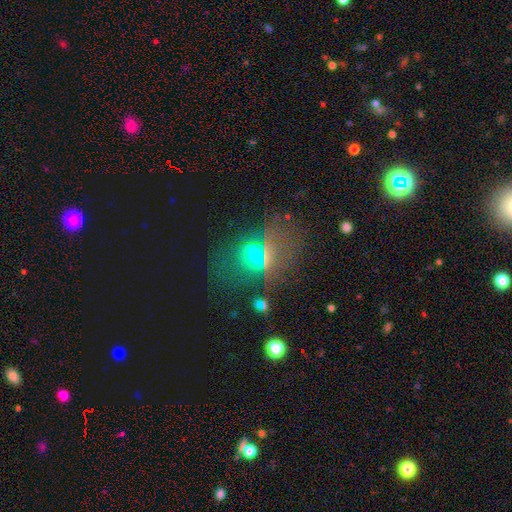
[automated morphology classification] Smooth or featured?
  - smooth: 48% *
  - star or artifact: 32%
  - featured or disk: 20%
Merging?
  - none: 57% *
  - minor disturbance: 18%
  - major disturbance: 16%
  - merger: 9%